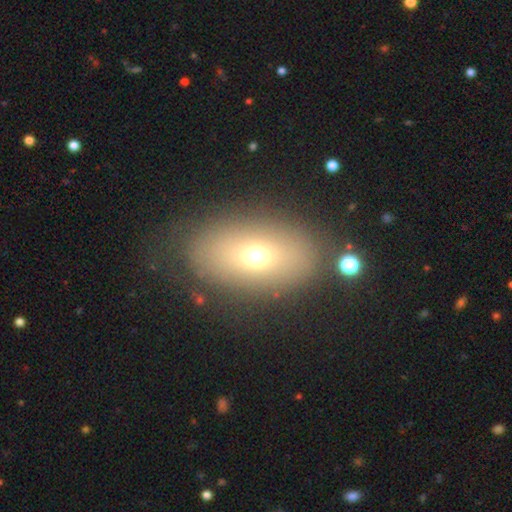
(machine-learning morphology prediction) Overall: smooth (64%). How rounded: in between (82%). Merging: none (79%).